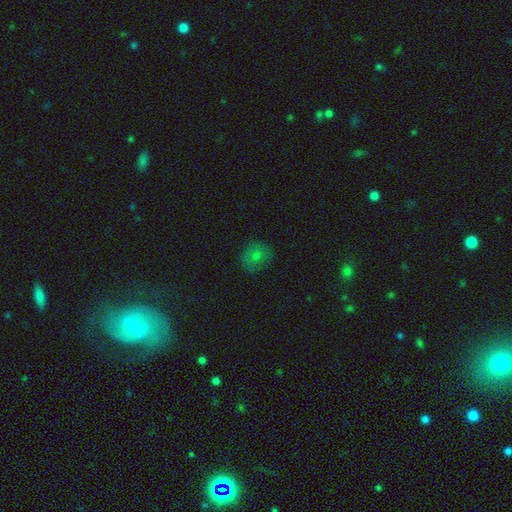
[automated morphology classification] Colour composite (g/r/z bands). It shows a smooth galaxy with no disk features (71%) that is round (65%). Merging: none (70%).